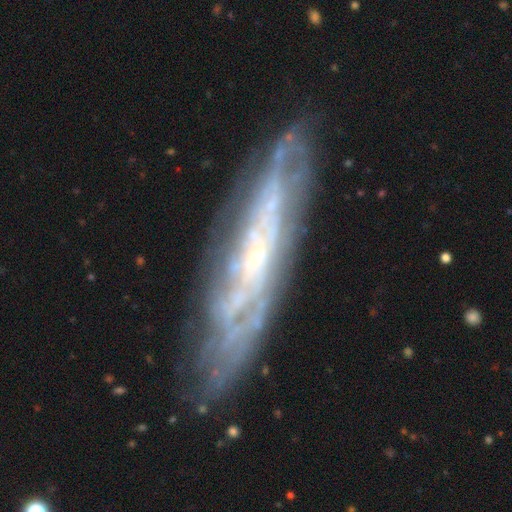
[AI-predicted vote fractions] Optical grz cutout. It shows a featured or disk galaxy (79%). Merging: none (77%).